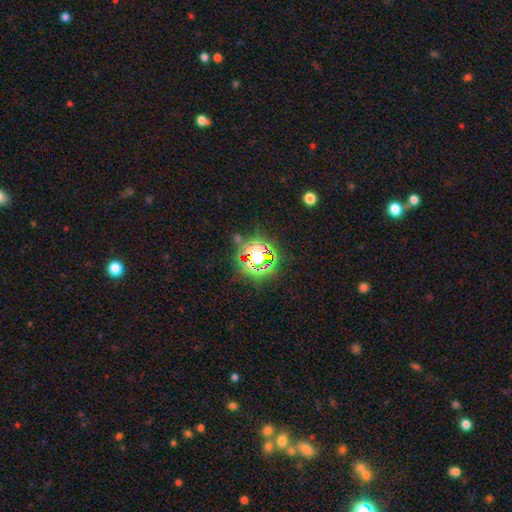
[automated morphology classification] smooth_or_featured: star or artifact (p=0.65) [alt: smooth p=0.23]